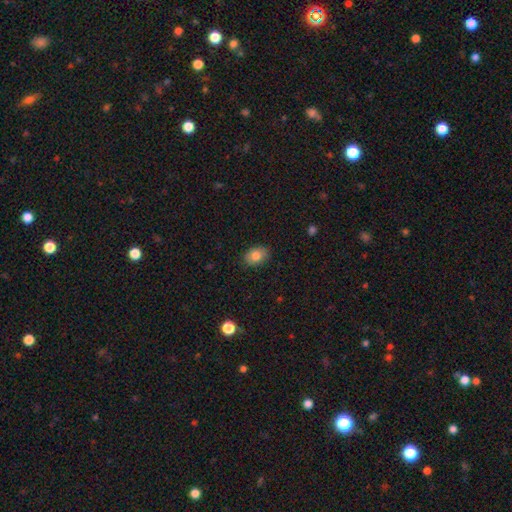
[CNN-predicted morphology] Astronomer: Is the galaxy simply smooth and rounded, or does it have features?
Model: smooth — 82%.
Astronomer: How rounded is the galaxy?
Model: in between — 77%.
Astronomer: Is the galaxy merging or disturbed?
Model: none — 85%.